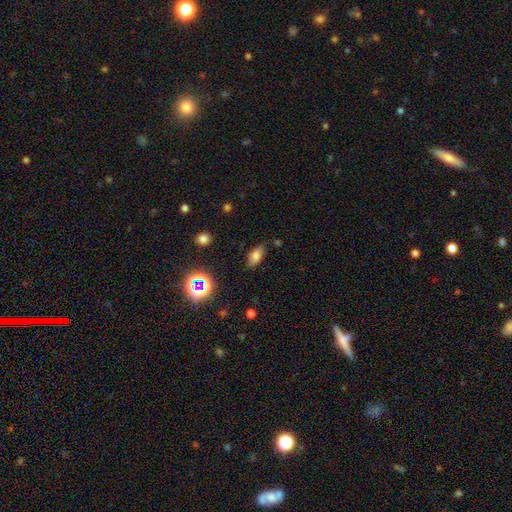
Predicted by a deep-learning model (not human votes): Smooth or featured? Predicted: smooth (p=0.74). How rounded? Predicted: in between (p=0.86). Merging? Predicted: none (p=0.82).